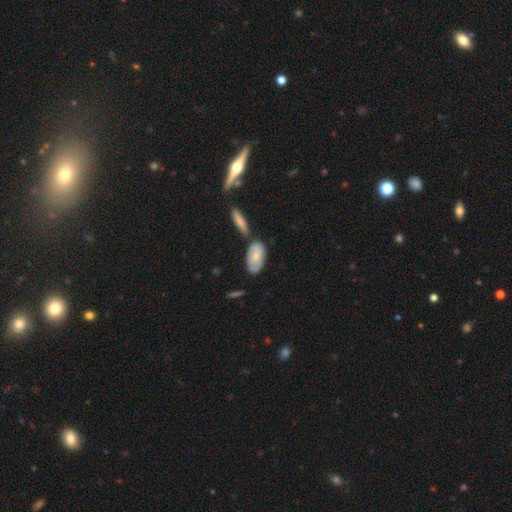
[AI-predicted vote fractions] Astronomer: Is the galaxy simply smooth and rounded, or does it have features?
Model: smooth — 68%.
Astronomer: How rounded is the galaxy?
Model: in between — 90%.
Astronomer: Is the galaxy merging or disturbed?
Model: none — 51%.